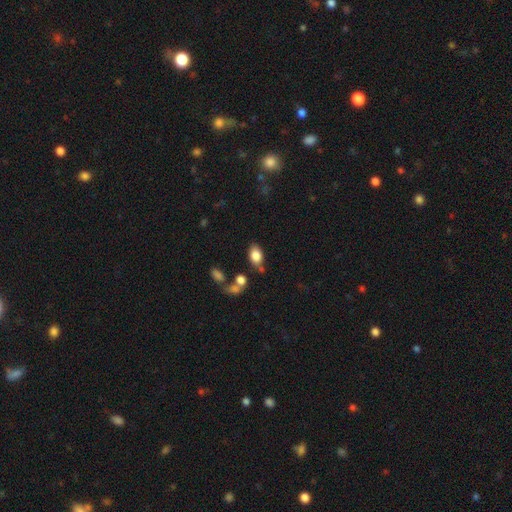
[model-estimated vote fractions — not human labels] The model was most divided on "merging": none: 68%, minor disturbance: 15%, merger: 11%, major disturbance: 5%. More confident: how rounded — in between (87%); smooth or featured — smooth (82%).